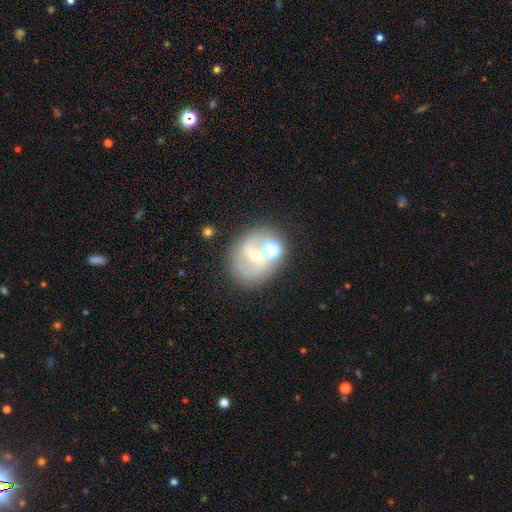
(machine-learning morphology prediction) The model was most divided on "bar": weak: 40%, no: 39%, strong: 21%. More confident: edge-on disk — no (97%); spiral arms — yes (68%); merging — none (64%); smooth or featured — featured or disk (61%); bulge size — moderate (50%).